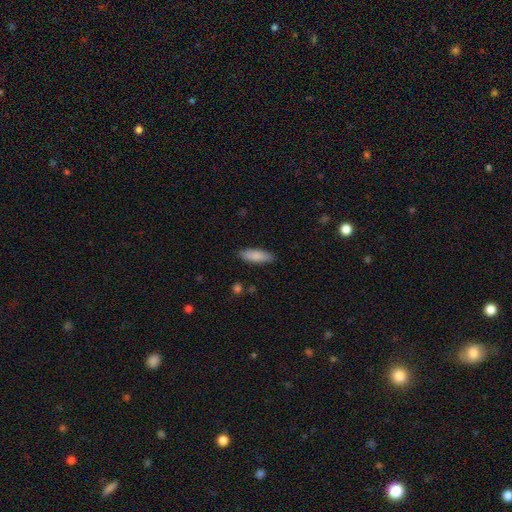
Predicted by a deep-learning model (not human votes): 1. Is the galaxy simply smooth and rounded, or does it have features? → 87% smooth, 8% featured or disk, 6% star or artifact.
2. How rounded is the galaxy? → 61% in between, 37% cigar-shaped, 2% round.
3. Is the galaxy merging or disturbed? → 87% none, 10% minor disturbance, 2% major disturbance, 1% merger.